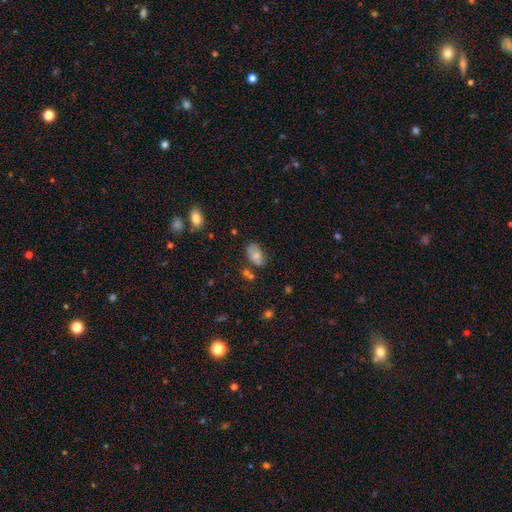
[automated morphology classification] Overall: smooth (74%). How rounded: in between (91%). Merging: none (57%; minor disturbance 26%).